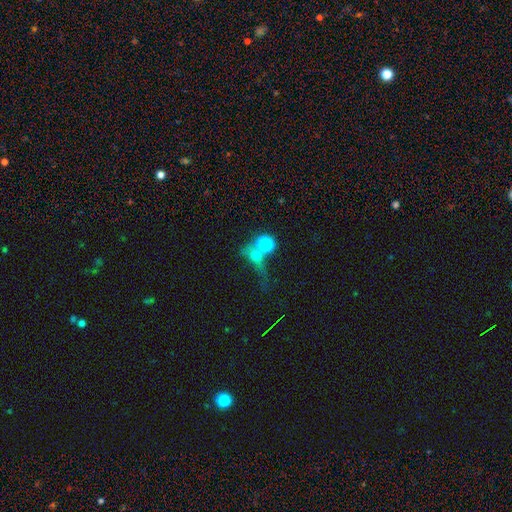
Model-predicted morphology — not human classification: Smooth or featured?
  - smooth: 58% *
  - featured or disk: 22%
  - star or artifact: 20%
How rounded?
  - round: 57% *
  - in between: 35%
  - cigar-shaped: 8%
Merging?
  - merger: 41% *
  - none: 28%
  - major disturbance: 20%
  - minor disturbance: 11%